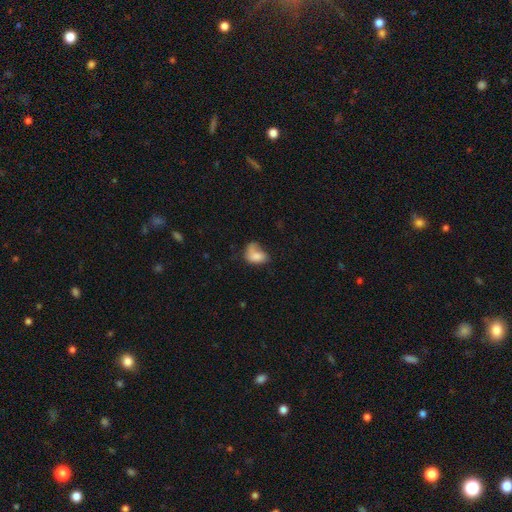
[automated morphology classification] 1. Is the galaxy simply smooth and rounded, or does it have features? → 73% smooth, 18% featured or disk, 9% star or artifact.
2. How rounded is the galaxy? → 81% in between, 17% round, 1% cigar-shaped.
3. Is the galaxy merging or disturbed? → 32% major disturbance, 30% minor disturbance, 29% none, 9% merger.